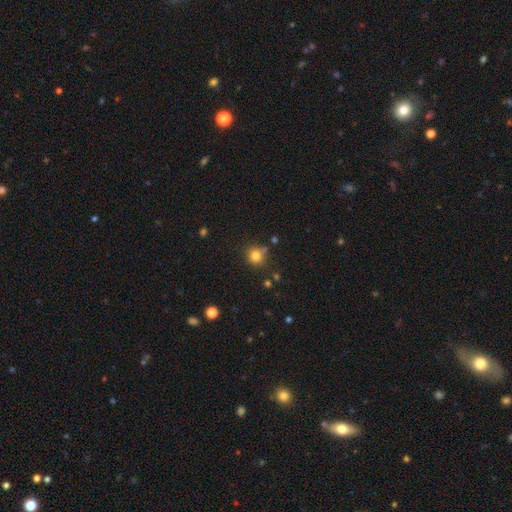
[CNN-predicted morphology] A smooth galaxy with no disk features (80%) that is round (88%).

Vote fractions:
- Smooth or featured? smooth: 80% / star or artifact: 13% / featured or disk: 6%
- How rounded? round: 88% / in between: 11% / cigar-shaped: 1%
- Merging? none: 74% / minor disturbance: 12% / merger: 10% / major disturbance: 4%